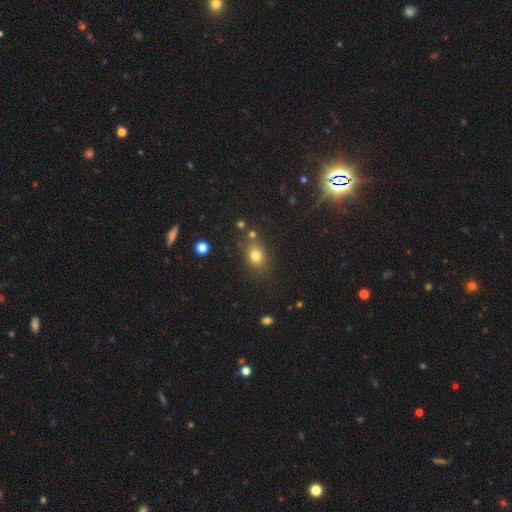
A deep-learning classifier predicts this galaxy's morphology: Smooth or featured?
  - smooth: 77% *
  - star or artifact: 14%
  - featured or disk: 9%
How rounded?
  - in between: 58% *
  - round: 41%
  - cigar-shaped: 2%
Merging?
  - none: 76% *
  - minor disturbance: 13%
  - merger: 6%
  - major disturbance: 5%